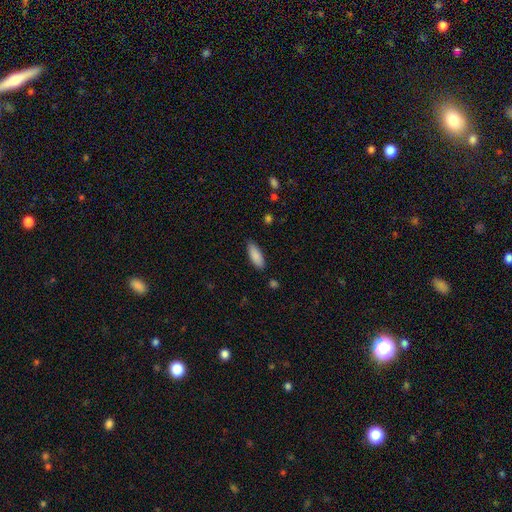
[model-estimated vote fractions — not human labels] Smooth or featured? Predicted: smooth (p=0.88). How rounded? Predicted: in between (p=0.71). Merging? Predicted: none (p=0.85).